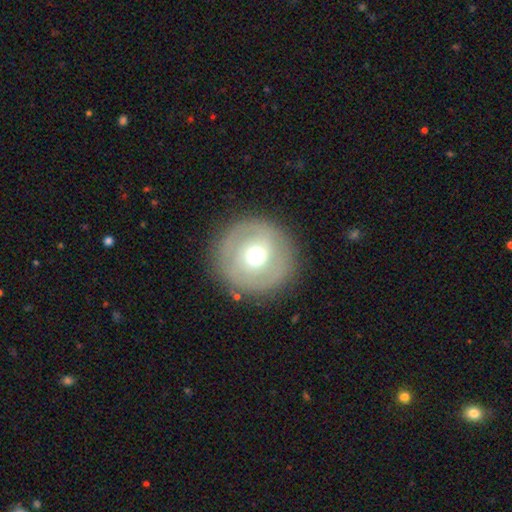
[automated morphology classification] Smooth or featured?
  - smooth: 49% *
  - featured or disk: 44%
  - star or artifact: 8%
Merging?
  - none: 85% *
  - minor disturbance: 9%
  - major disturbance: 4%
  - merger: 1%